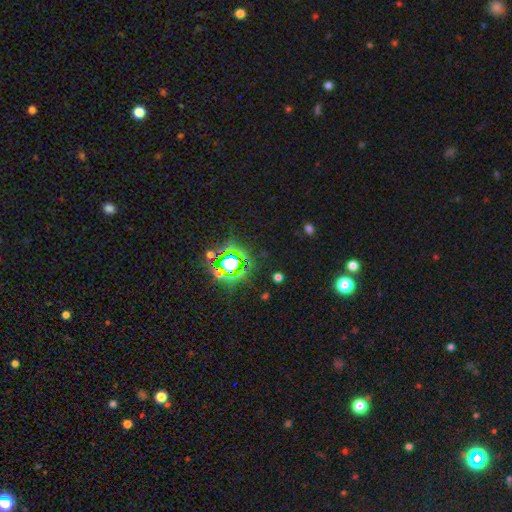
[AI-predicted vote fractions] smooth-or-featured: star or artifact: 80% | smooth: 13% | featured or disk: 7%